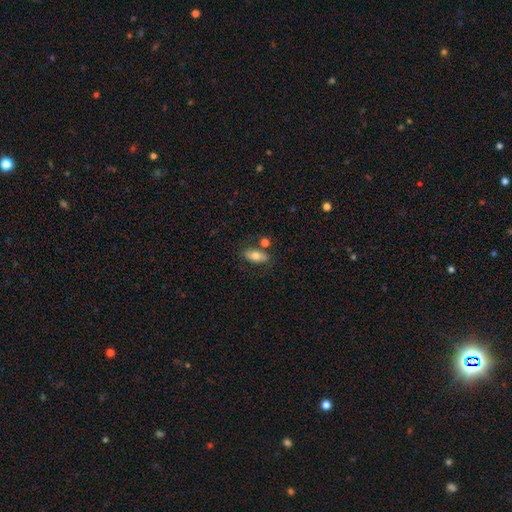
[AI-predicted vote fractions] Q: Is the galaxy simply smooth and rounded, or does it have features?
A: smooth — 71%.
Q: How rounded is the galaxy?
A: in between — 87%.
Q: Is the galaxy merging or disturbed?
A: none — 70%.